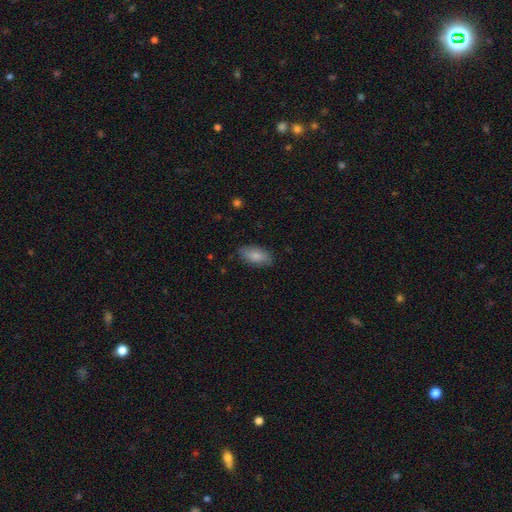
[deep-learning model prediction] A smooth galaxy with no disk features (83%) that is in between round and cigar-shaped (92%). Merging: none (83%).